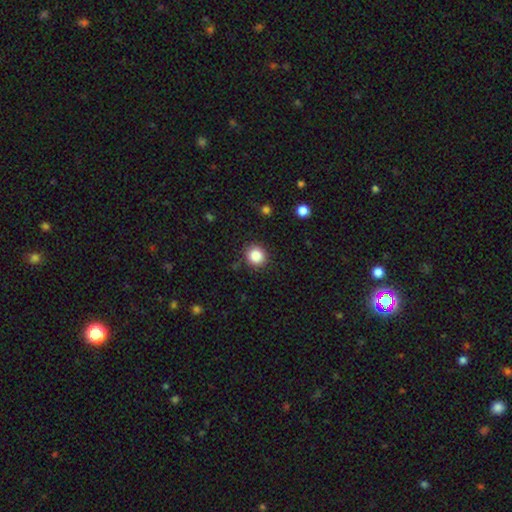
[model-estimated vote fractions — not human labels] smooth-or-featured: smooth: 85% | star or artifact: 10% | featured or disk: 4%
  how-rounded: round: 89% | in between: 11% | cigar-shaped: 1%
  merging: none: 89% | minor disturbance: 7% | major disturbance: 2% | merger: 1%